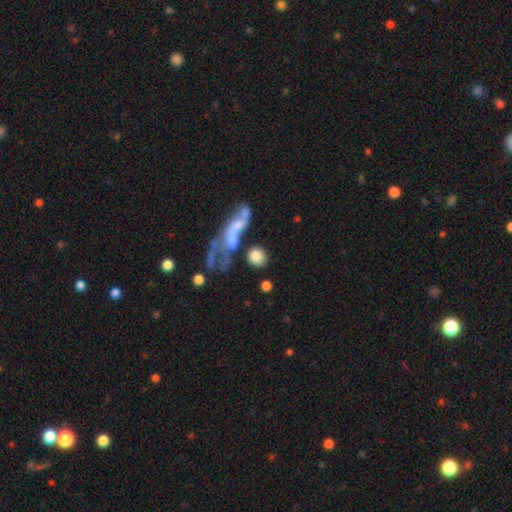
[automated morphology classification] type=smooth (77%); roundness=round (75%); merging=none (49%).